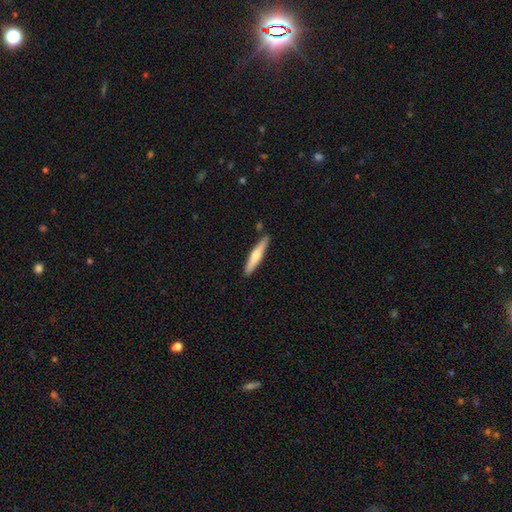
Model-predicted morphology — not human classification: This appears to be a smooth galaxy with no disk features (55%) that is cigar-shaped (91%). Merging: none (88%).